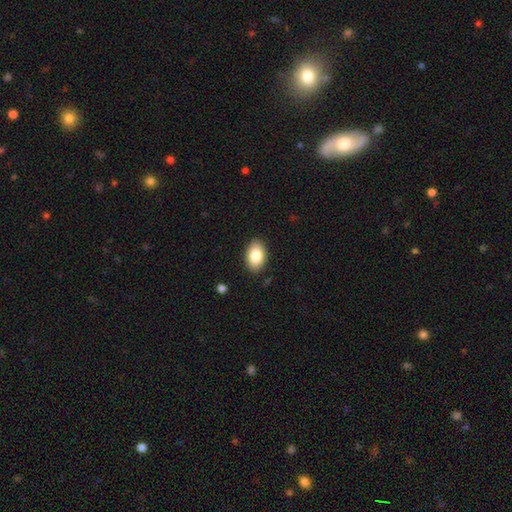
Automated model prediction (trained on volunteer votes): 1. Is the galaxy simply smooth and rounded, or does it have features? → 84% smooth, 9% featured or disk, 7% star or artifact.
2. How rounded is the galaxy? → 92% in between, 7% round, 1% cigar-shaped.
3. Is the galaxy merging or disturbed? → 89% none, 8% minor disturbance, 2% major disturbance, 1% merger.